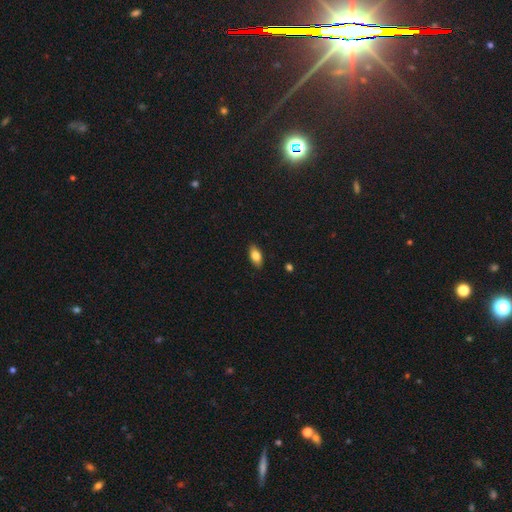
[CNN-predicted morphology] smooth-or-featured: smooth: 83% | featured or disk: 10% | star or artifact: 7%
  how-rounded: in between: 91% | cigar-shaped: 6% | round: 4%
  merging: none: 88% | minor disturbance: 9% | major disturbance: 2% | merger: 1%